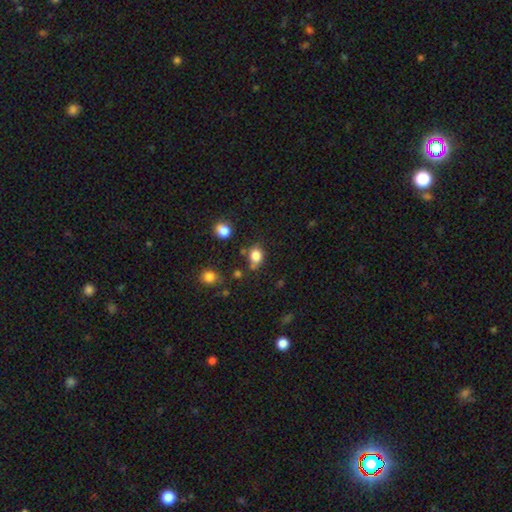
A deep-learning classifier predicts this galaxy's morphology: Overall: smooth (82%). How rounded: in between (53%; round 46%). Merging: none (59%; minor disturbance 23%).